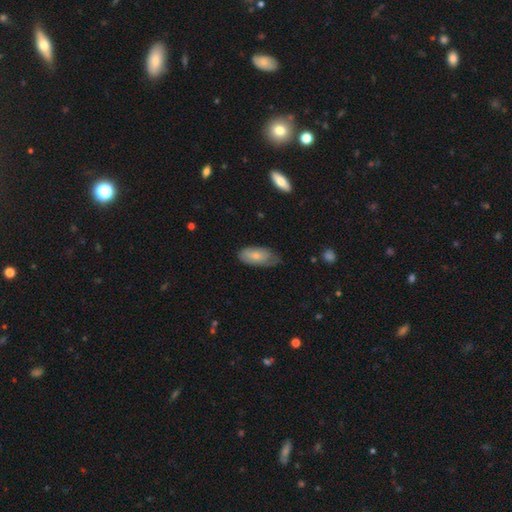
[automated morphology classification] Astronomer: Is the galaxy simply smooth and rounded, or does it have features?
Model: smooth — 71%.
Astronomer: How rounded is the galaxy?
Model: in between — 90%.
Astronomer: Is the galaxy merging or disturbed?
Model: none — 56% (runner-up: minor disturbance, 34%).